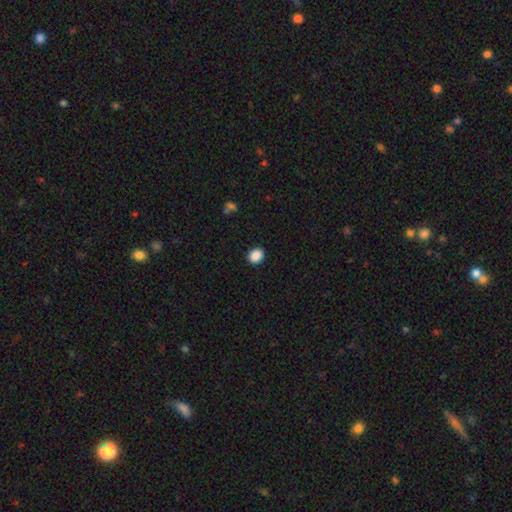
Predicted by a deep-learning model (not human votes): Smooth or featured? smooth (89%)
How rounded? round (53%)
Merging? none (91%)